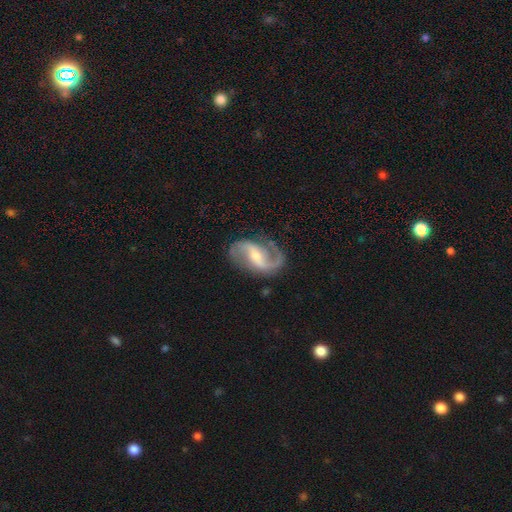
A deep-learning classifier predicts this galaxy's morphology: Overall: featured or disk (90%). Edge-on disk: no (97%). Bar: weak (45%; strong 33%). Spiral arms: yes (97%). Spiral arm count: 2 (91%). Spiral winding: medium (45%; loose 44%). Bulge size: small (56%; moderate 36%). Merging: none (76%).